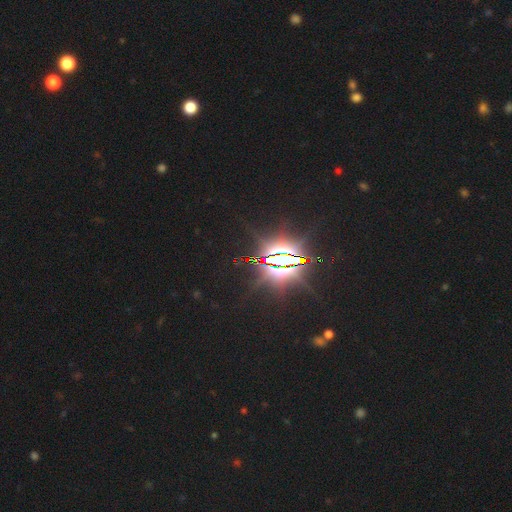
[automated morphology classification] Smooth or featured? star or artifact (86%)